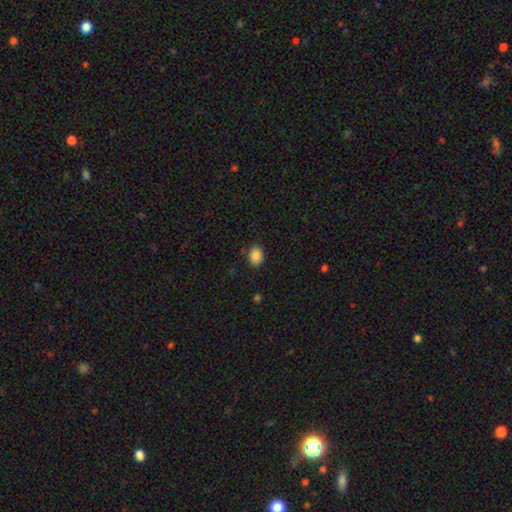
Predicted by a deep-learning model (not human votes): A smooth galaxy with no disk features (86%) that is in between round and cigar-shaped (67%). Merging: none (85%).